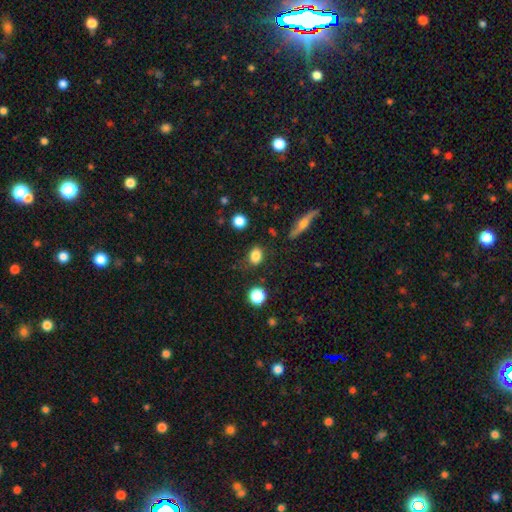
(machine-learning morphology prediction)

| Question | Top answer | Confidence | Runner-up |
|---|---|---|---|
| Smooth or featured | smooth | 83% | star or artifact (10%) |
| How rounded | in between | 64% | round (33%) |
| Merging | none | 77% | minor disturbance (15%) |